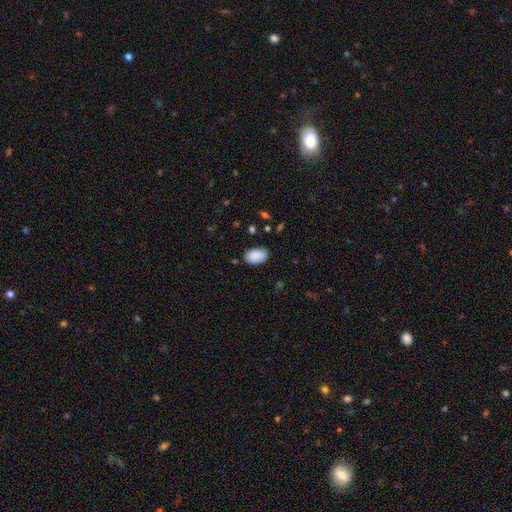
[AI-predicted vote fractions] Q: Smooth or featured?
A: smooth (90%); runner-up: star or artifact (7%)
Q: How rounded?
A: in between (92%); runner-up: round (7%)
Q: Merging?
A: none (84%); runner-up: minor disturbance (12%)